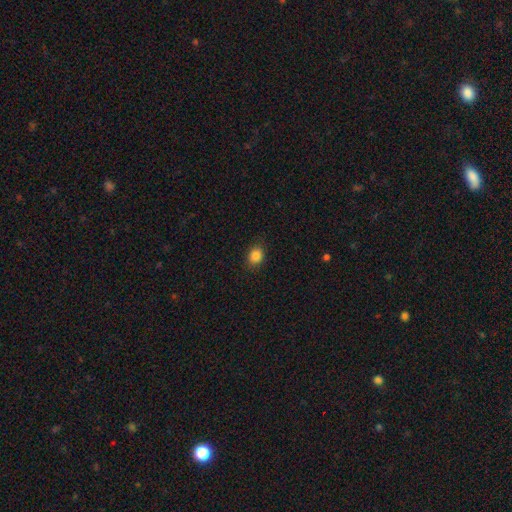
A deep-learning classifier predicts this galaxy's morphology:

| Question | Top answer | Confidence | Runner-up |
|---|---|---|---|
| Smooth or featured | smooth | 86% | star or artifact (10%) |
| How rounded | round | 54% | in between (45%) |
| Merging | none | 87% | minor disturbance (10%) |